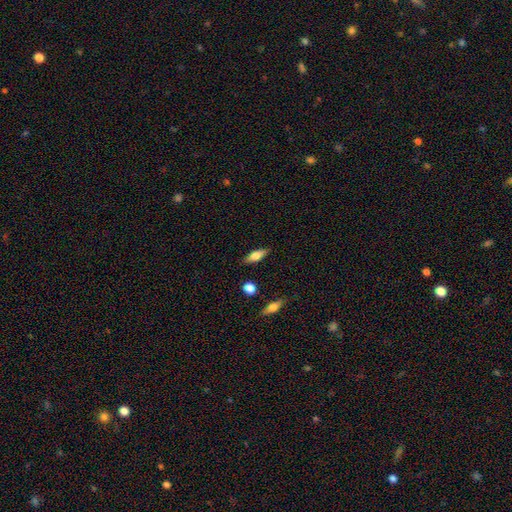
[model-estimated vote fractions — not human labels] smooth 63%, featured or disk 29%, star or artifact 7%. Down the decision tree: how rounded — in between (64%); merging — none (85%).